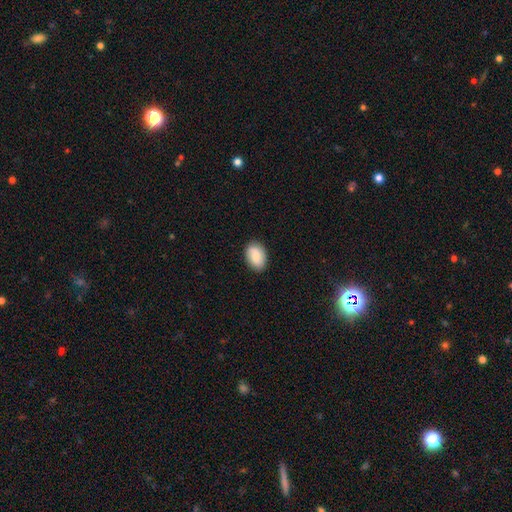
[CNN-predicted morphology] Smooth or featured? smooth (79%)
How rounded? in between (83%)
Merging? none (85%)